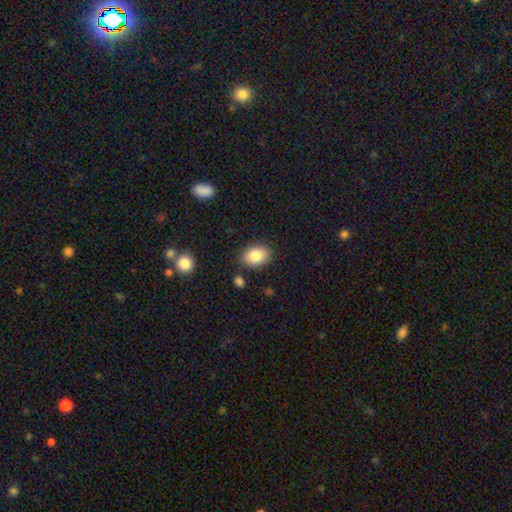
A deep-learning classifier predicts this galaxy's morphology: Smooth or featured? smooth (85%)
How rounded? in between (76%)
Merging? none (83%)